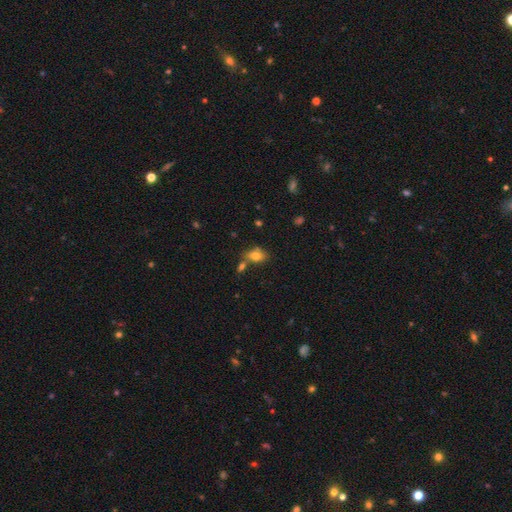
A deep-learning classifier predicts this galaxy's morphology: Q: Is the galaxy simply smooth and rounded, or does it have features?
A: smooth — 78%.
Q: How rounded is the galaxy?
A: in between — 80%.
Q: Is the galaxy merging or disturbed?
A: none — 56%.